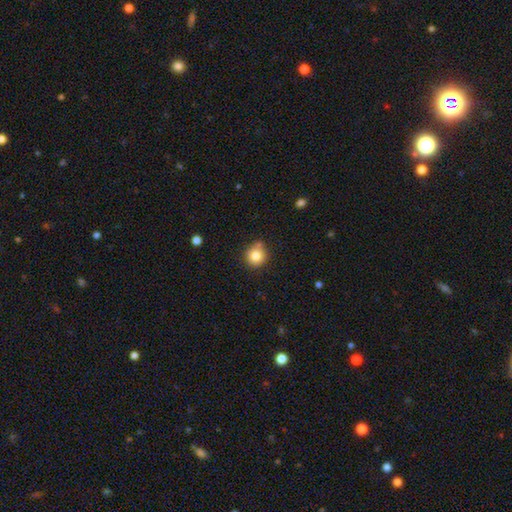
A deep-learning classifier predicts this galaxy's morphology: This is clearly a smooth galaxy (81%). How rounded: clearly round (88%). Merging: likely none (71%).